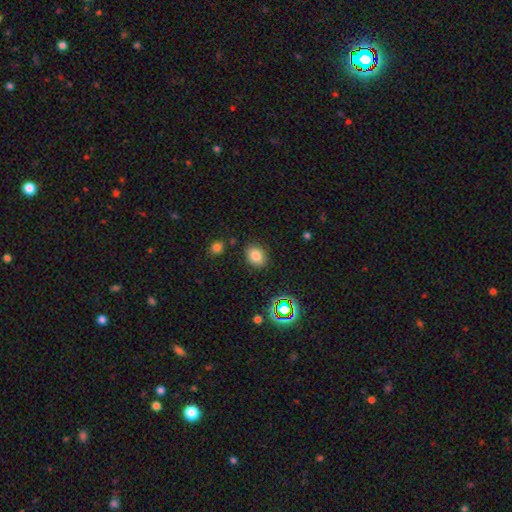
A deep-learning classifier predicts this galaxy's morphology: smooth-or-featured: smooth: 78% | star or artifact: 15% | featured or disk: 7%
  how-rounded: in between: 56% | round: 43% | cigar-shaped: 1%
  merging: none: 83% | minor disturbance: 11% | major disturbance: 3% | merger: 3%